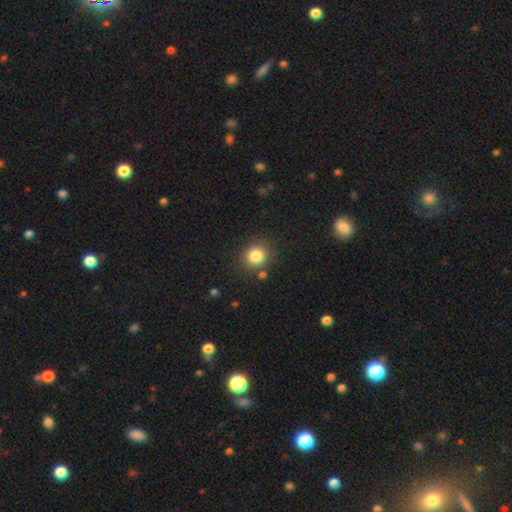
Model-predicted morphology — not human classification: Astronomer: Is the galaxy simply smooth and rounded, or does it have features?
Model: smooth — 83%.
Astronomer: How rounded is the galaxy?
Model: round — 88%.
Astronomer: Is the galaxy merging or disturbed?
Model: none — 84%.